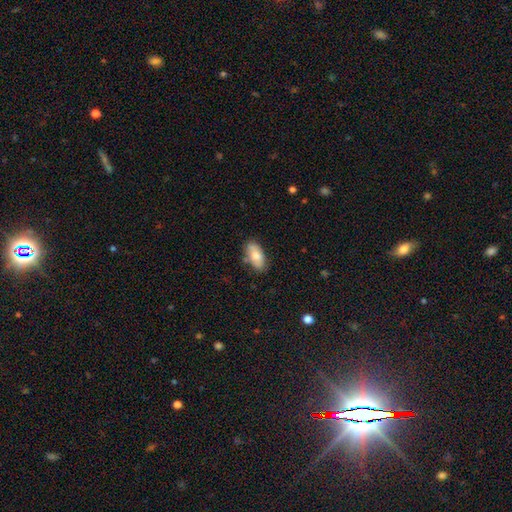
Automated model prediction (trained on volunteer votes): This is likely a smooth galaxy (76%). How rounded: clearly in between (91%). Merging: likely none (76%).